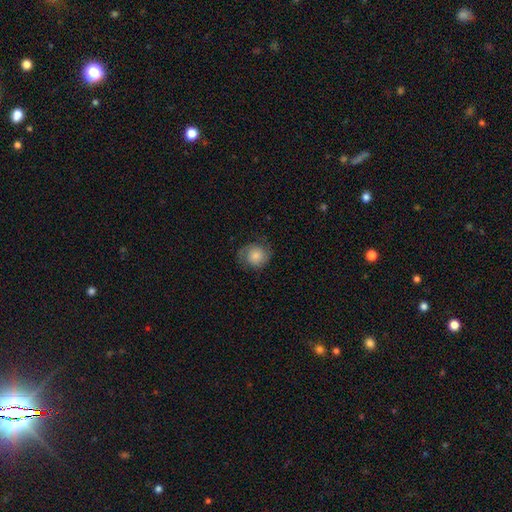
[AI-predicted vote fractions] smooth-or-featured: smooth: 61% | featured or disk: 31% | star or artifact: 8%
  how-rounded: round: 79% | in between: 20% | cigar-shaped: 1%
  merging: none: 72% | minor disturbance: 19% | major disturbance: 8% | merger: 1%